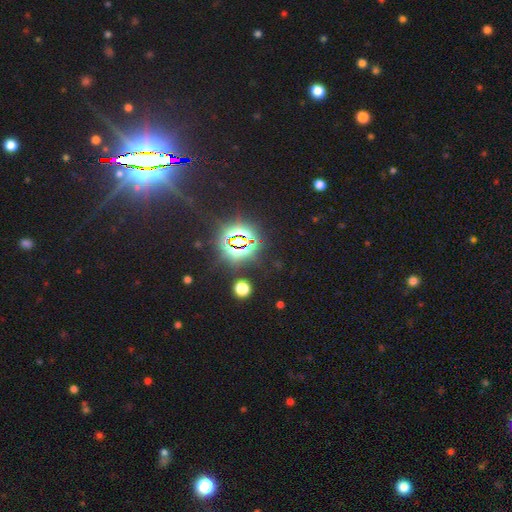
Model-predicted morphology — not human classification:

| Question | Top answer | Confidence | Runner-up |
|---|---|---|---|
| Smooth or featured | star or artifact | 83% | smooth (9%) |